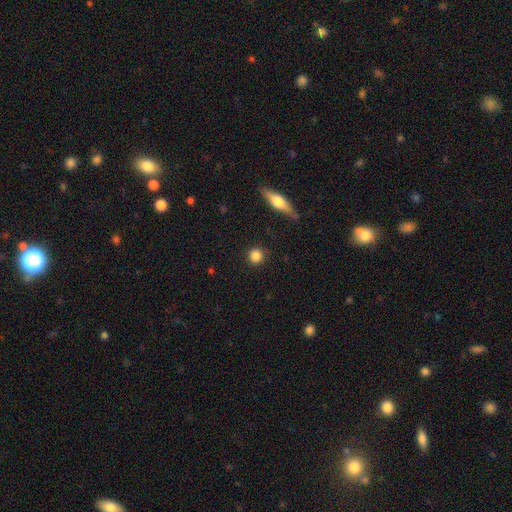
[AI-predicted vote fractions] Smooth or featured? Predicted: smooth (p=0.85). How rounded? Predicted: round (p=0.93). Merging? Predicted: none (p=0.90).